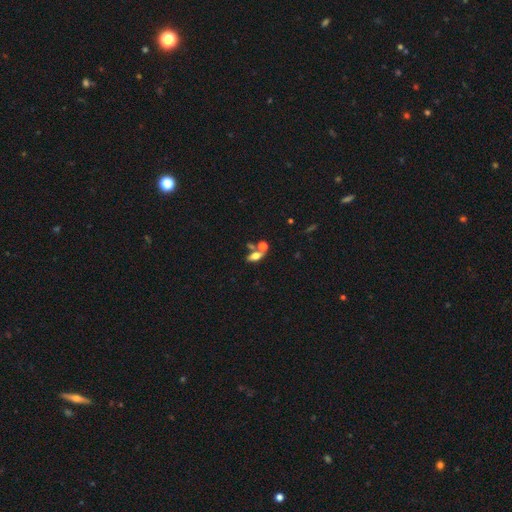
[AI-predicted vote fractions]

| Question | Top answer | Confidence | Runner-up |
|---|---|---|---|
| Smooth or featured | smooth | 62% | featured or disk (25%) |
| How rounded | in between | 79% | cigar-shaped (11%) |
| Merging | none | 48% | merger (35%) |